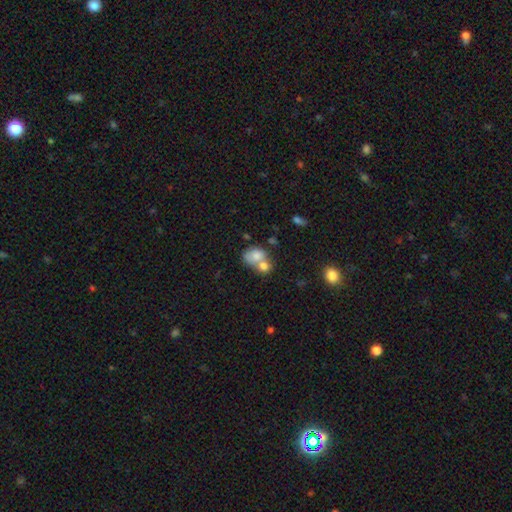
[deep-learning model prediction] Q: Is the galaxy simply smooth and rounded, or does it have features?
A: smooth — 74%.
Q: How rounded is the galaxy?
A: in between — 55%.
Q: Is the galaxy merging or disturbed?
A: merger — 61%.